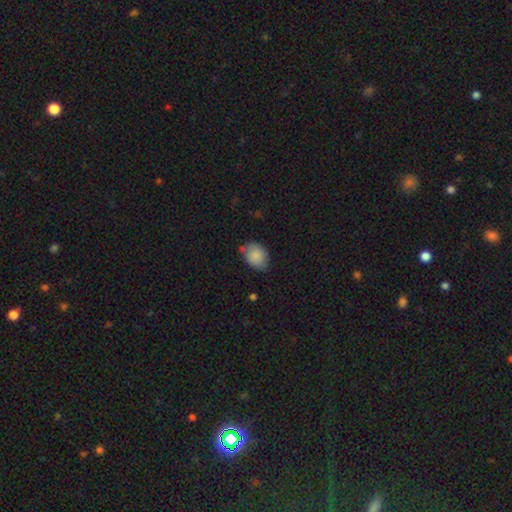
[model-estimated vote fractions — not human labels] This appears to be a smooth galaxy with no disk features (84%) that is in between round and cigar-shaped (65%). Merging: none (64%).